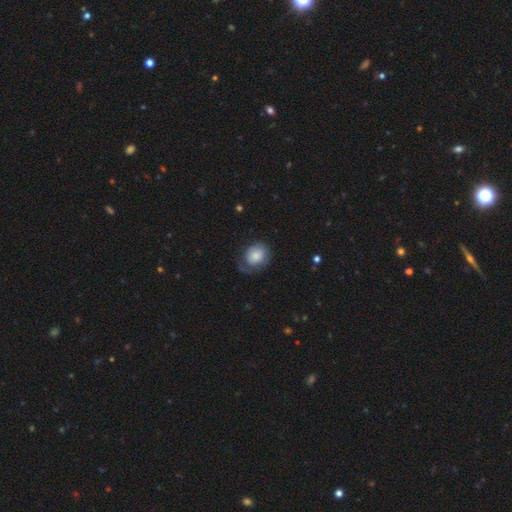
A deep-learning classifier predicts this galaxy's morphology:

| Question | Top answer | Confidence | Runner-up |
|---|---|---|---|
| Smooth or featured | smooth | 71% | featured or disk (22%) |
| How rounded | round | 51% | in between (48%) |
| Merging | none | 46% | minor disturbance (29%) |